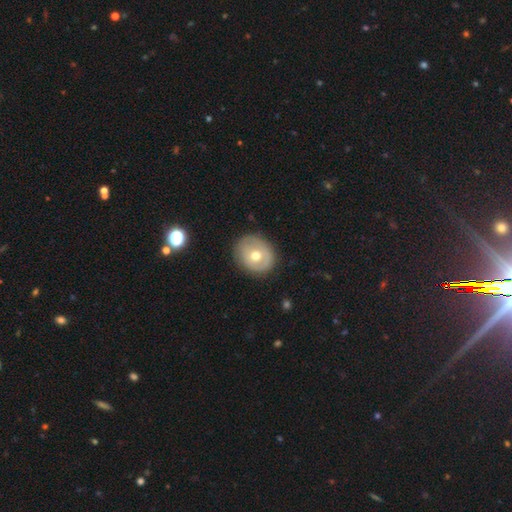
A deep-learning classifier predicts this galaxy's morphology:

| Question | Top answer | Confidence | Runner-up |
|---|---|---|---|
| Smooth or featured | smooth | 54% | featured or disk (38%) |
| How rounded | round | 70% | in between (29%) |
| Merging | none | 81% | minor disturbance (13%) |